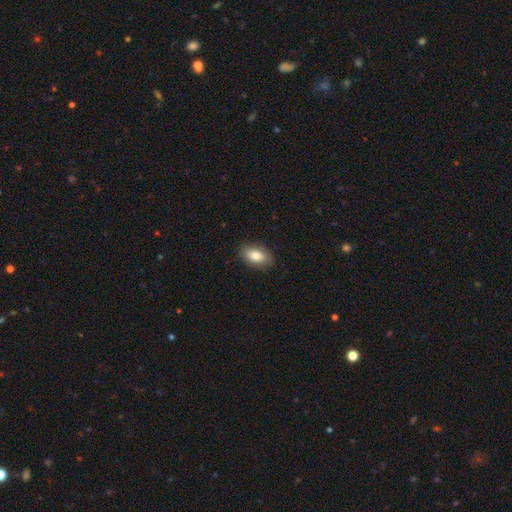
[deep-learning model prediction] Smooth or featured? Predicted: smooth (p=0.81). How rounded? Predicted: in between (p=0.90). Merging? Predicted: none (p=0.87).